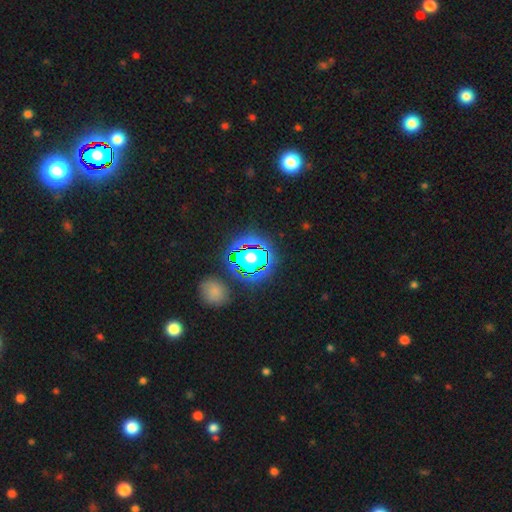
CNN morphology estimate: Overall: star or artifact (58%; smooth 28%).